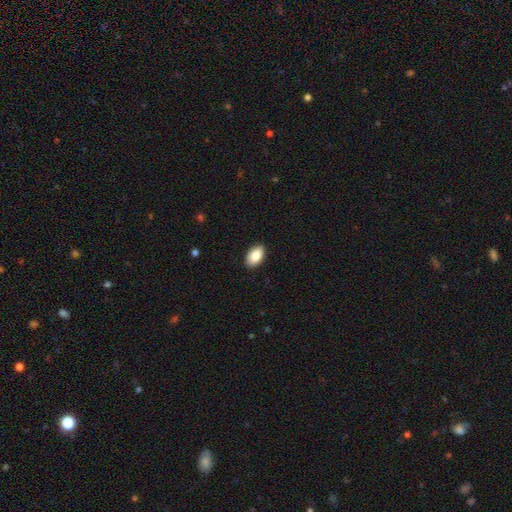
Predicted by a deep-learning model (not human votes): Smooth or featured? Predicted: smooth (p=0.86). How rounded? Predicted: in between (p=0.94). Merging? Predicted: none (p=0.89).